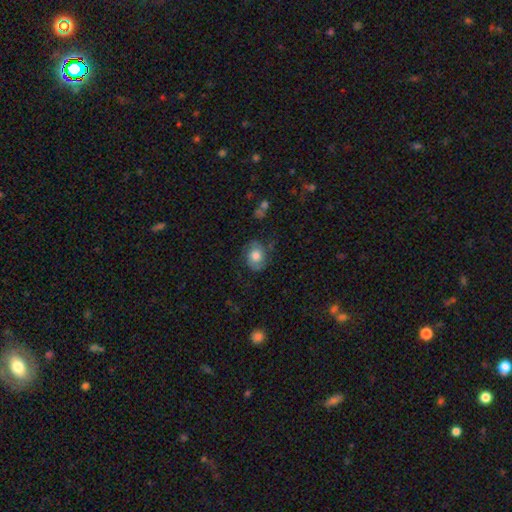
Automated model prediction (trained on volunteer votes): Smooth or featured: smooth — 54% (featured or disk — 38%)
How rounded: round — 62% (in between — 37%)
Merging: none — 68% (minor disturbance — 21%)